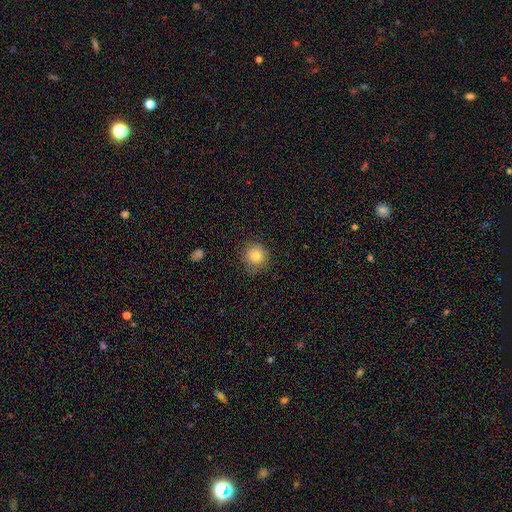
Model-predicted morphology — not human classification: smooth_or_featured: smooth (p=0.80) [alt: star or artifact p=0.11]
how_rounded: round (p=0.88) [alt: in between p=0.11]
merging: none (p=0.79) [alt: minor disturbance p=0.16]